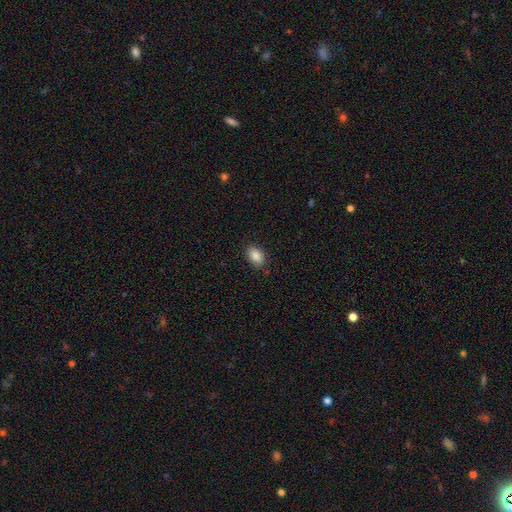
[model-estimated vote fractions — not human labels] Smooth or featured? smooth (88%)
How rounded? in between (87%)
Merging? none (86%)